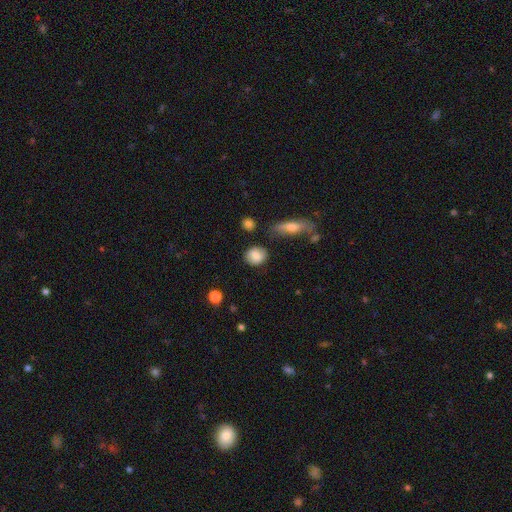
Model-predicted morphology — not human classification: A smooth galaxy with no disk features (81%) that is round (63%). Merging: none (81%).